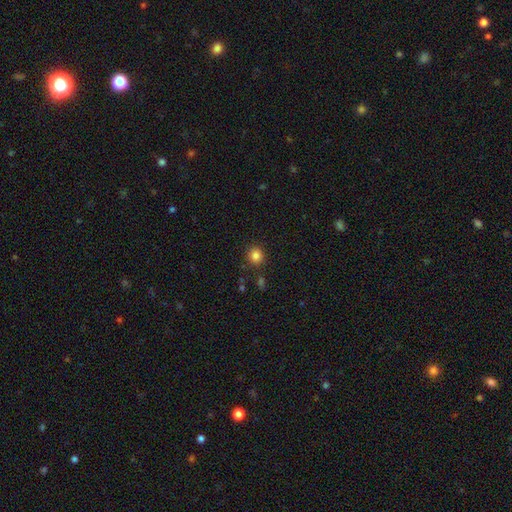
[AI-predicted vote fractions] Smooth or featured? Predicted: smooth (p=0.83). How rounded? Predicted: round (p=0.86). Merging? Predicted: none (p=0.88).